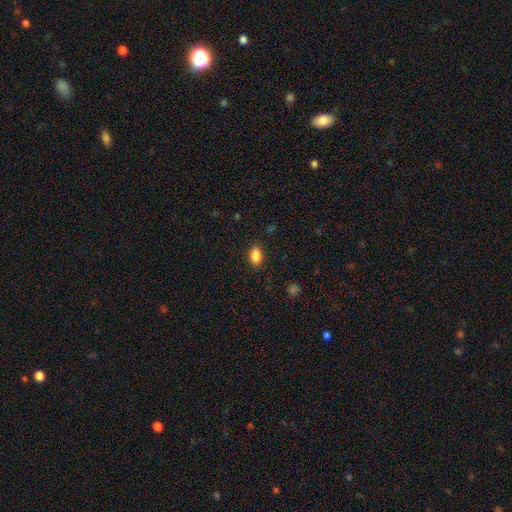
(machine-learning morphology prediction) smooth-or-featured: smooth: 87% | star or artifact: 9% | featured or disk: 4%
  how-rounded: in between: 89% | round: 8% | cigar-shaped: 3%
  merging: none: 87% | minor disturbance: 10% | major disturbance: 2% | merger: 1%